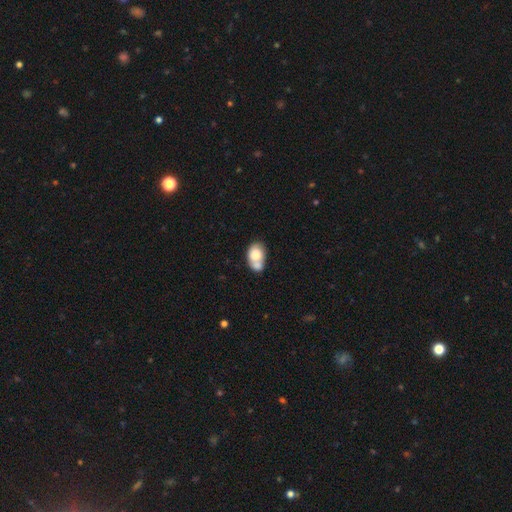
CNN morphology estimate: smooth_or_featured: smooth (p=0.75) [alt: featured or disk p=0.17]
how_rounded: in between (p=0.74) [alt: round p=0.24]
merging: merger (p=0.59) [alt: none p=0.23]